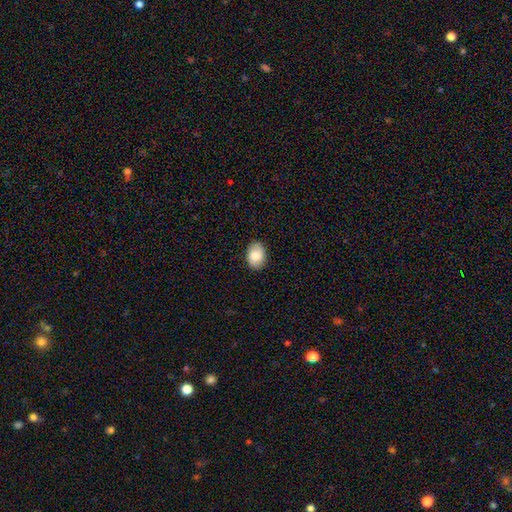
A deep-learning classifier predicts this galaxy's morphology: Overall: smooth (80%). How rounded: in between (76%). Merging: none (88%).